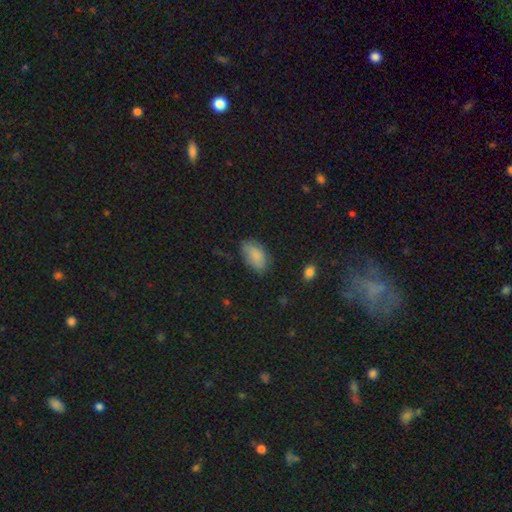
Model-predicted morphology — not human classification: smooth_or_featured: smooth (p=0.83) [alt: featured or disk p=0.08]
how_rounded: in between (p=0.92) [alt: round p=0.06]
merging: none (p=0.69) [alt: minor disturbance p=0.23]